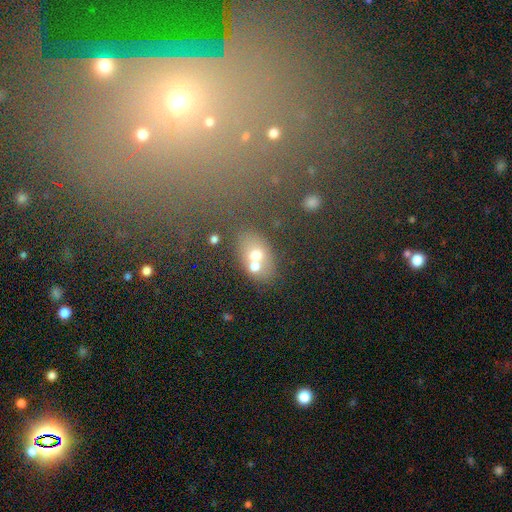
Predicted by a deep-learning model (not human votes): smooth_or_featured: smooth (p=0.59) [alt: featured or disk p=0.25]
how_rounded: in between (p=0.56) [alt: round p=0.42]
merging: merger (p=0.56) [alt: none p=0.29]